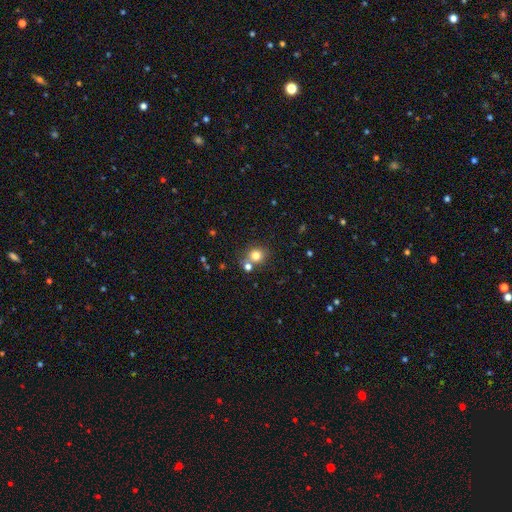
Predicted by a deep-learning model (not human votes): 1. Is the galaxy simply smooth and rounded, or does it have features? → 78% smooth, 14% star or artifact, 8% featured or disk.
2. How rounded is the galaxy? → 85% round, 14% in between, 1% cigar-shaped.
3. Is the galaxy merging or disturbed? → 65% none, 23% merger, 9% minor disturbance, 3% major disturbance.